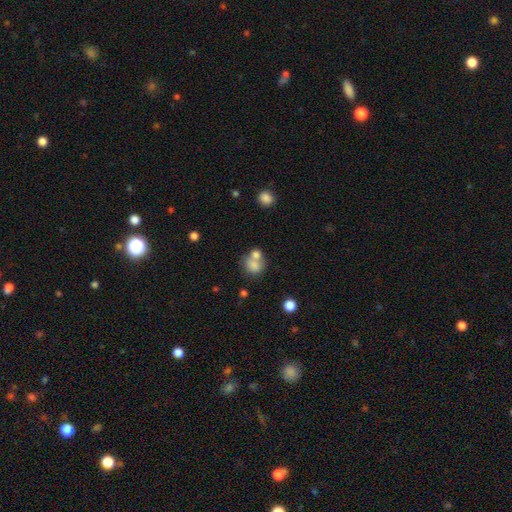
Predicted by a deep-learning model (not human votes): smooth-or-featured: smooth: 76% | featured or disk: 13% | star or artifact: 11%
  how-rounded: round: 69% | in between: 30% | cigar-shaped: 1%
  merging: merger: 49% | none: 36% | minor disturbance: 10% | major disturbance: 5%